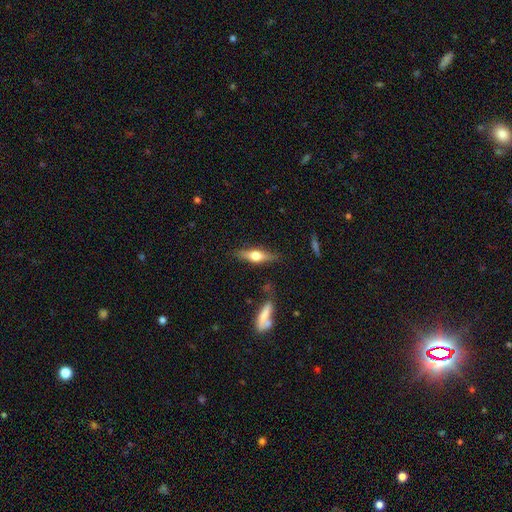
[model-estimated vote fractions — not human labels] Overall: featured or disk (53%; smooth 40%). Edge-on disk: yes (93%). Merging: none (82%).